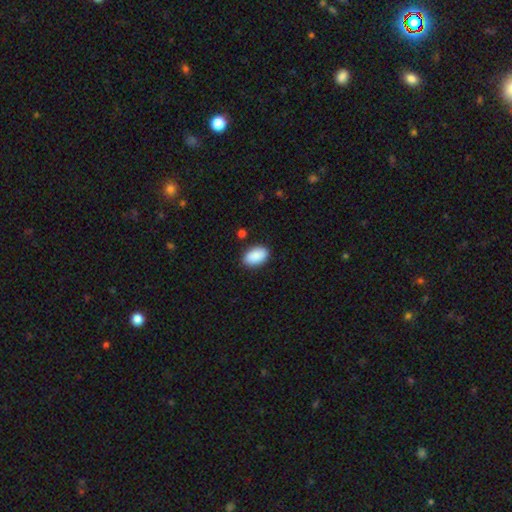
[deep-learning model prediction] A smooth galaxy with no disk features (90%) that is in between round and cigar-shaped (93%). Merging: none (86%).